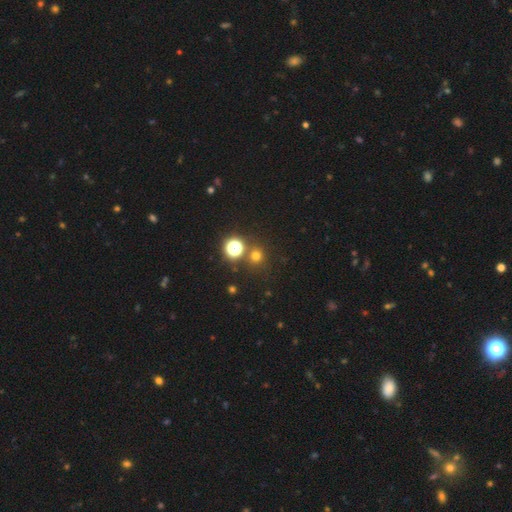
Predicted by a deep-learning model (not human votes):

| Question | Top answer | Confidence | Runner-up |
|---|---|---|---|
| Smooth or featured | smooth | 68% | star or artifact (26%) |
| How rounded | round | 90% | in between (9%) |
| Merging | none | 80% | merger (9%) |